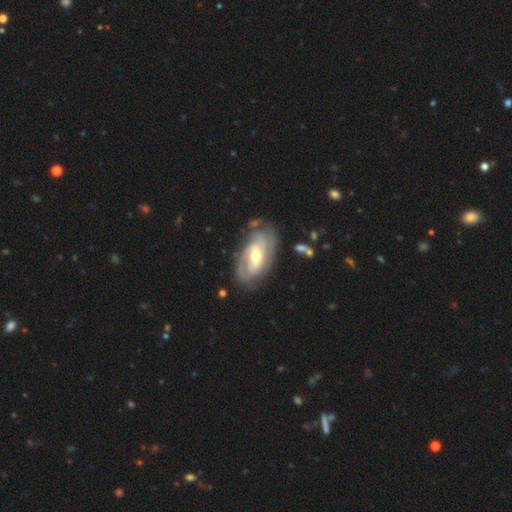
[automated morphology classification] type=featured or disk (85%); edge-on=no (95%); bar=weak (43%); spiral arms=yes (93%); winding=tight (59%); arm count=2 (45%); bulge=moderate (58%); merging=none (71%).